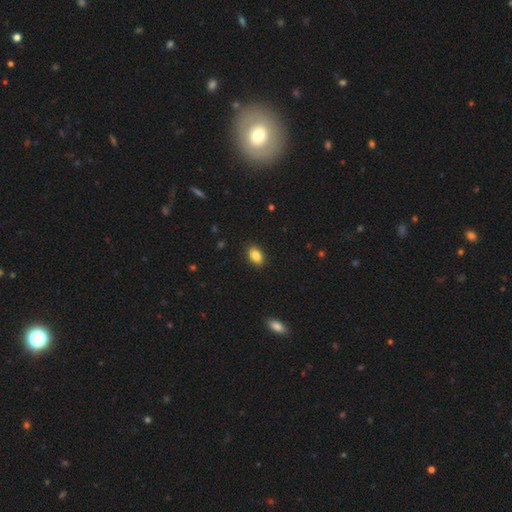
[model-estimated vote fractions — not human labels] A smooth galaxy with no disk features (86%) that is in between round and cigar-shaped (85%). Merging: none (89%).